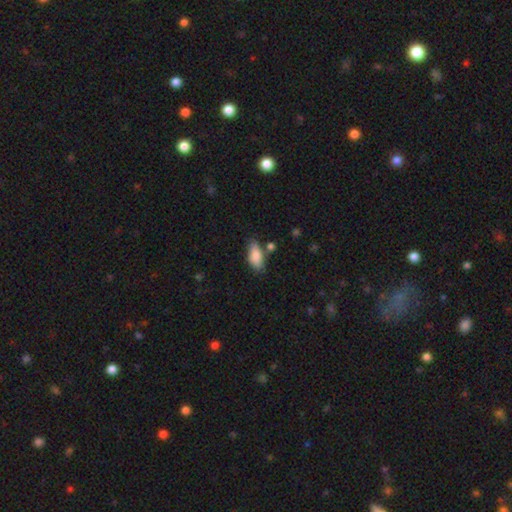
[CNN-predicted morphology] Smooth or featured? smooth (84%)
How rounded? in between (83%)
Merging? none (71%)